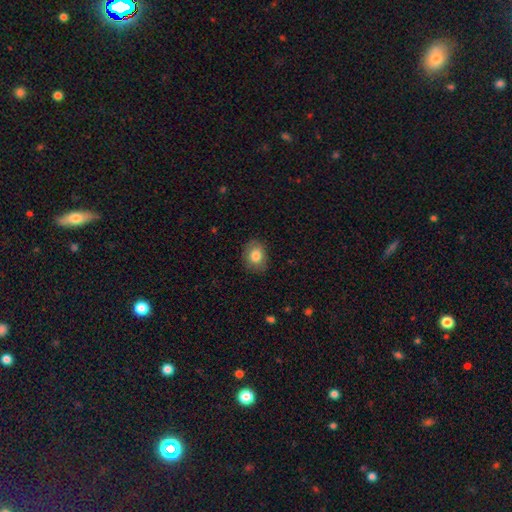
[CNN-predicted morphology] Smooth or featured? Predicted: smooth (p=0.82). How rounded? Predicted: in between (p=0.55). Merging? Predicted: none (p=0.84).